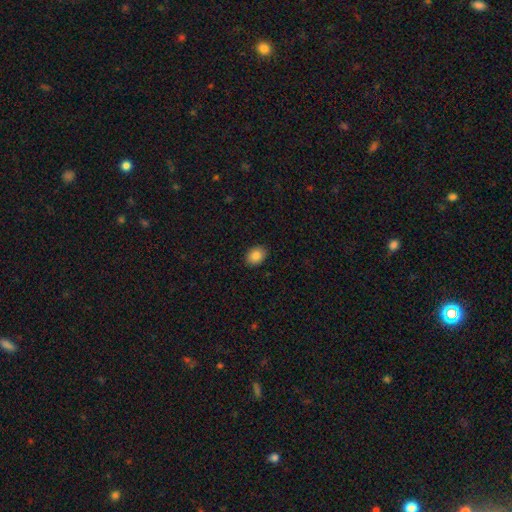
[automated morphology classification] A smooth galaxy with no disk features (87%) that is in between round and cigar-shaped (65%).

Vote fractions:
- Smooth or featured? smooth: 87% / star or artifact: 9% / featured or disk: 5%
- How rounded? in between: 65% / round: 34% / cigar-shaped: 1%
- Merging? none: 89% / minor disturbance: 8% / major disturbance: 2% / merger: 1%